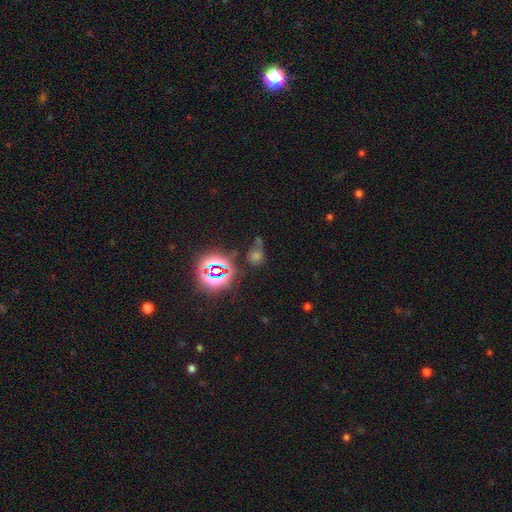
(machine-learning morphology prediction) A star or artifact, not a galaxy (57%).